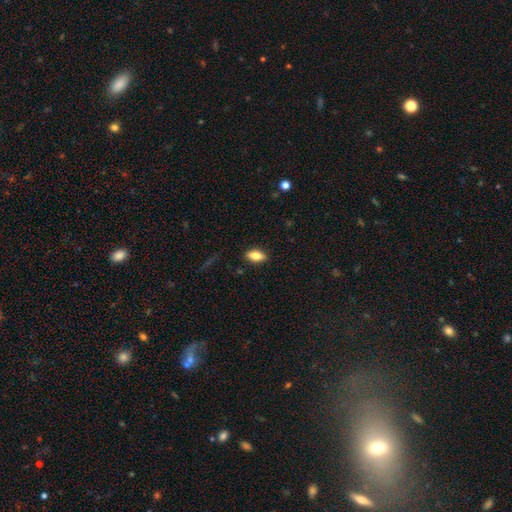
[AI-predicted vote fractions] The model was most divided on "smooth or featured": smooth: 78%, featured or disk: 14%, star or artifact: 8%. More confident: merging — none (87%); how rounded — in between (86%).